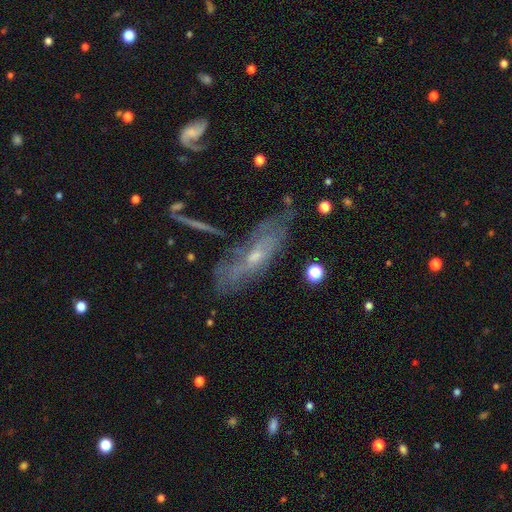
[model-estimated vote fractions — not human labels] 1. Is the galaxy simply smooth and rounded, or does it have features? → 65% featured or disk, 26% smooth, 9% star or artifact.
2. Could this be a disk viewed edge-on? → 73% no, 27% yes.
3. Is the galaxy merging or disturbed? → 54% none, 24% minor disturbance, 13% major disturbance, 9% merger.